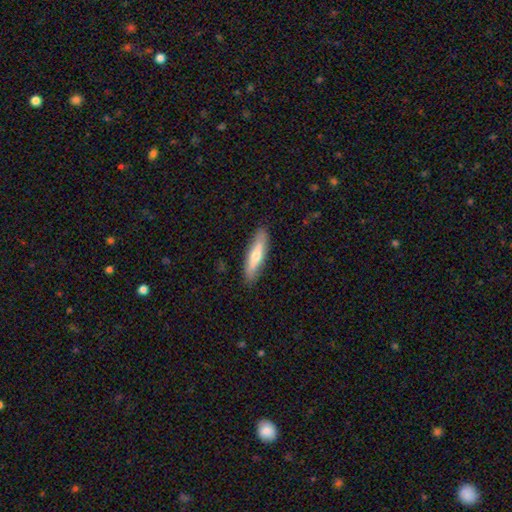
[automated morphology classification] Smooth or featured?
  - smooth: 55% *
  - featured or disk: 40%
  - star or artifact: 6%
How rounded?
  - cigar-shaped: 75% *
  - in between: 23%
  - round: 2%
Merging?
  - none: 88% *
  - minor disturbance: 9%
  - major disturbance: 2%
  - merger: 1%